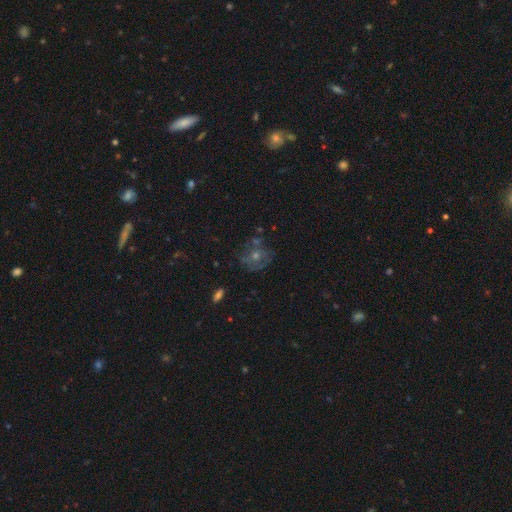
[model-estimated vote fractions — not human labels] featured or disk 48%, smooth 28%, star or artifact 23%. Down the decision tree: merging — none (68%).